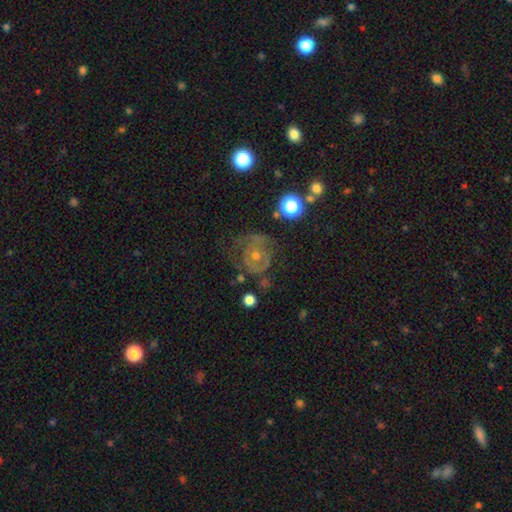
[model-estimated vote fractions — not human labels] Smooth or featured? featured or disk (64%)
Edge-on disk? no (97%)
Bar? no (84%)
Spiral arms? yes (65%)
Bulge size? small (55%)
Merging? none (58%)